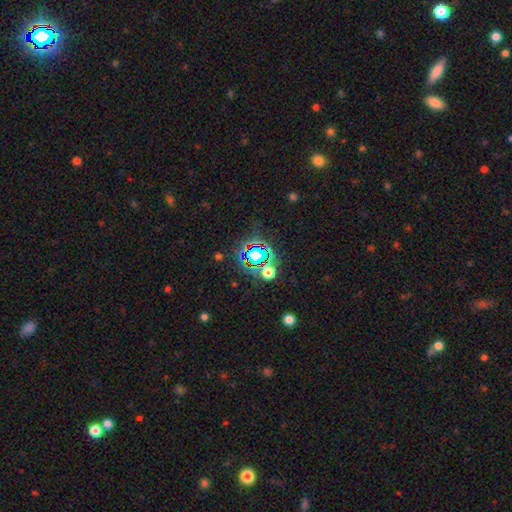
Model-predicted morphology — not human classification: Smooth or featured? star or artifact (68%)